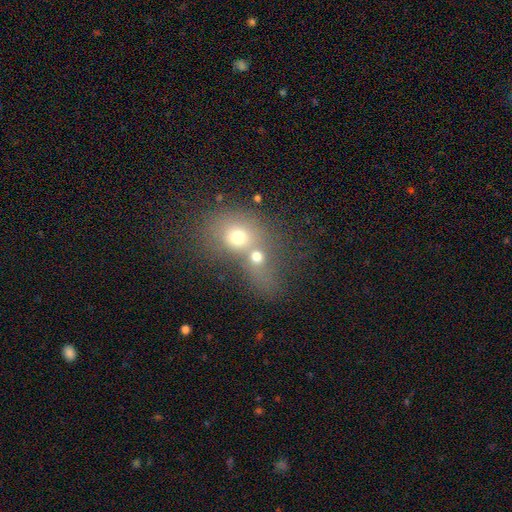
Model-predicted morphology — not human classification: Smooth or featured? smooth (62%)
How rounded? round (58%)
Merging? merger (72%)